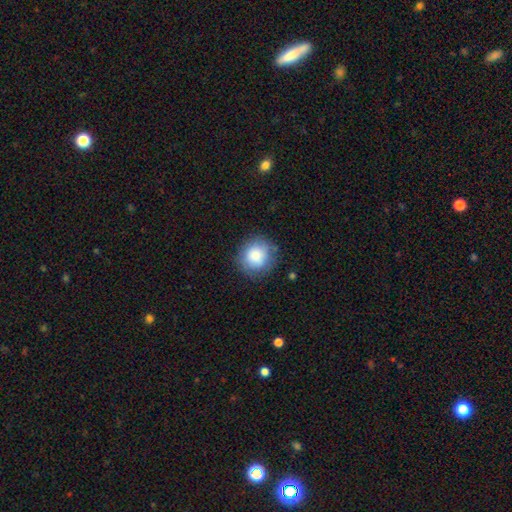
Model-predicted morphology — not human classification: smooth-or-featured: smooth: 83% | star or artifact: 8% | featured or disk: 8%
  how-rounded: round: 89% | in between: 10% | cigar-shaped: 1%
  merging: none: 80% | minor disturbance: 14% | major disturbance: 4% | merger: 2%